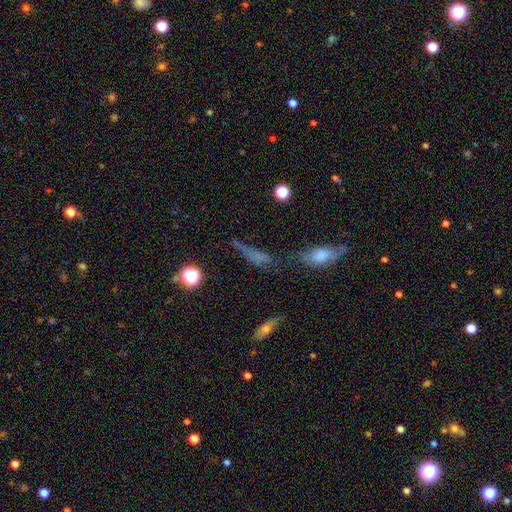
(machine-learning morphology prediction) Overall: smooth (49%; featured or disk 27%). Merging: none (38%; merger 22%).